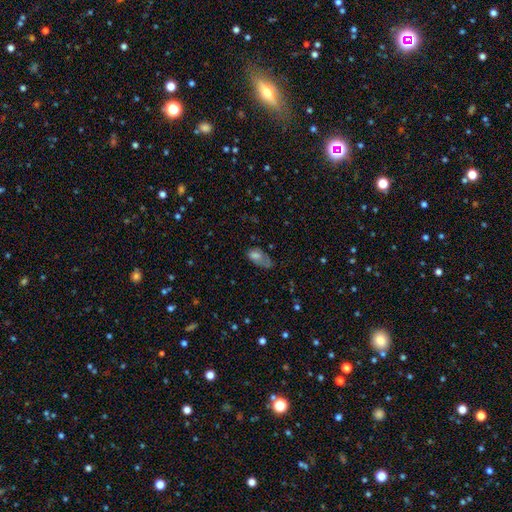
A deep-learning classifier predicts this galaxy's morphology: A smooth galaxy with no disk features (62%) that is in between round and cigar-shaped (88%).

Vote fractions:
- Smooth or featured? smooth: 62% / featured or disk: 24% / star or artifact: 14%
- How rounded? in between: 88% / round: 9% / cigar-shaped: 4%
- Merging? none: 35% / minor disturbance: 31% / major disturbance: 30% / merger: 4%